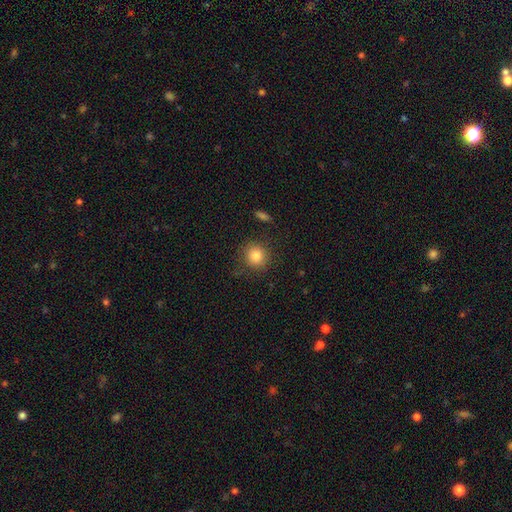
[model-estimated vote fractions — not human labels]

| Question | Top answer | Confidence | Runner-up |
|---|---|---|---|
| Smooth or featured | smooth | 84% | star or artifact (10%) |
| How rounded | round | 87% | in between (12%) |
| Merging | none | 84% | minor disturbance (10%) |